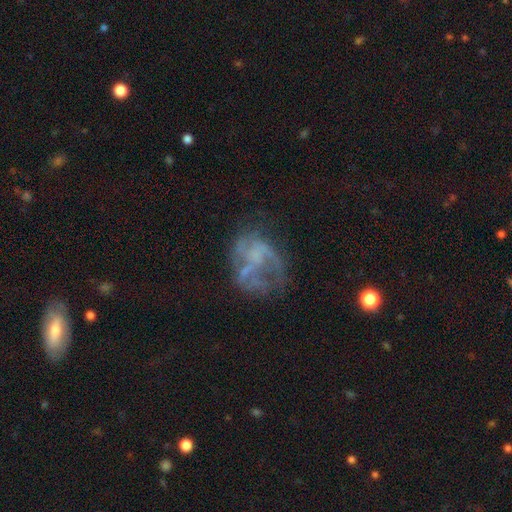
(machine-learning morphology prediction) smooth-or-featured: featured or disk: 65% | smooth: 21% | star or artifact: 14%
  disk-edge-on: no: 98% | yes: 2%
    bar: no: 78% | weak: 17% | strong: 5%
    has-spiral-arms: no: 63% | yes: 37%
    bulge-size: none: 70% | small: 15% | moderate: 11% | large: 3% | dominant: 1%
  merging: none: 42% | major disturbance: 33% | minor disturbance: 19% | merger: 6%